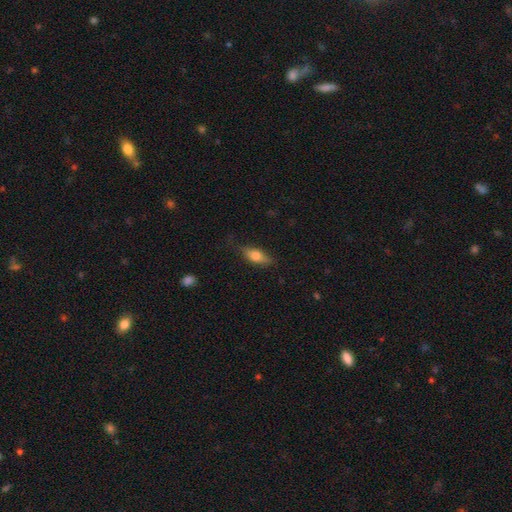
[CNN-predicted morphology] Smooth or featured? Predicted: smooth (p=0.67). How rounded? Predicted: in between (p=0.72). Merging? Predicted: none (p=0.75).